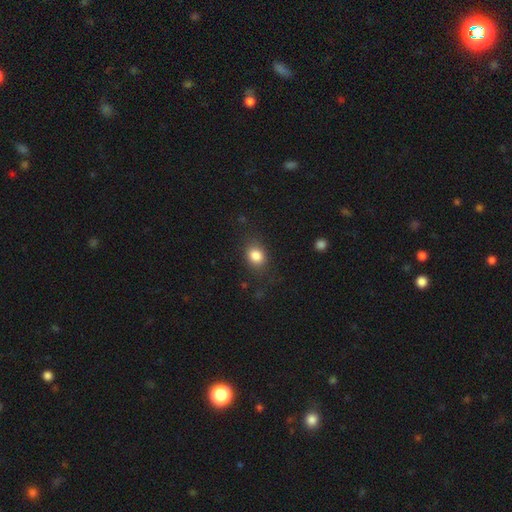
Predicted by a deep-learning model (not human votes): Smooth or featured: smooth — 83% (star or artifact — 10%)
How rounded: in between — 52% (round — 46%)
Merging: none — 78% (minor disturbance — 15%)